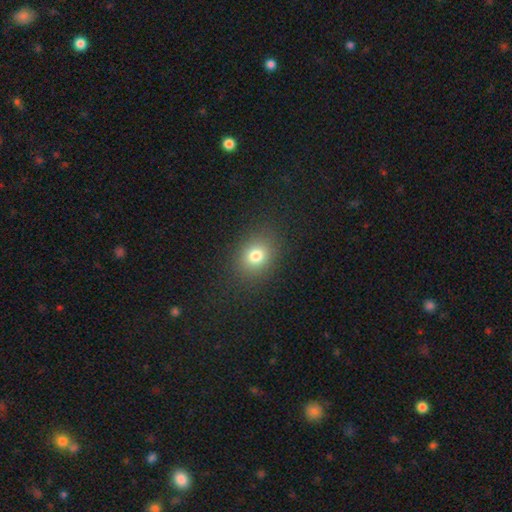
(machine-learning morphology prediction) Smooth or featured? smooth (78%)
How rounded? round (50%)
Merging? none (86%)